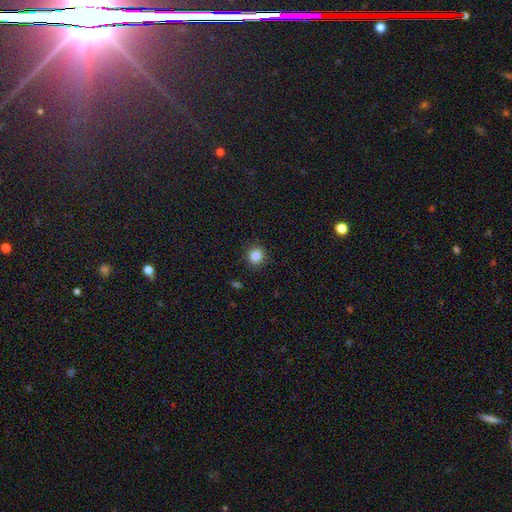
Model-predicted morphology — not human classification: This is clearly a smooth galaxy (83%). How rounded: clearly round (93%). Merging: clearly none (92%).